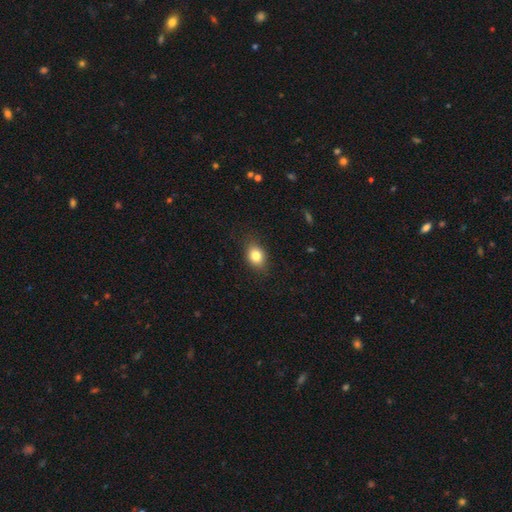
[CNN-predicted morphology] This is clearly a smooth galaxy (81%). How rounded: likely in between (63%). Merging: clearly none (84%).